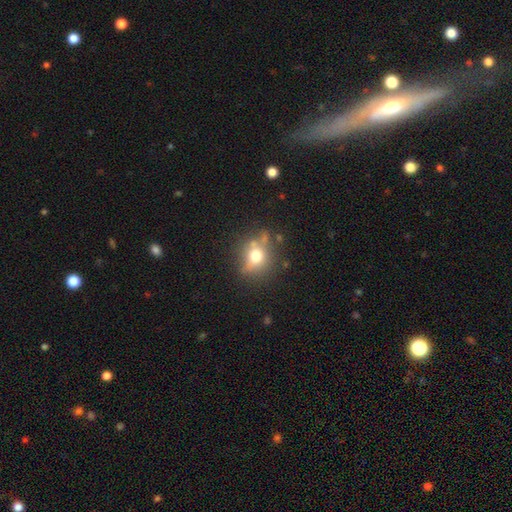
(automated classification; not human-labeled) Q: Smooth or featured?
A: smooth (60%); runner-up: featured or disk (25%)
Q: How rounded?
A: round (70%); runner-up: in between (27%)
Q: Merging?
A: none (68%); runner-up: minor disturbance (17%)